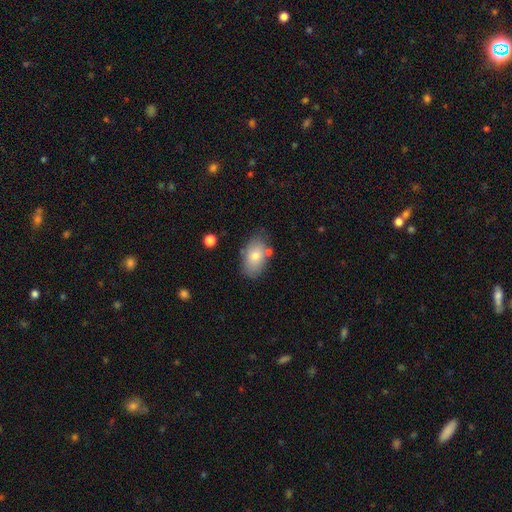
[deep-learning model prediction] This appears to be a smooth galaxy with no disk features (76%) that is in between round and cigar-shaped (90%). Merging: none (75%).